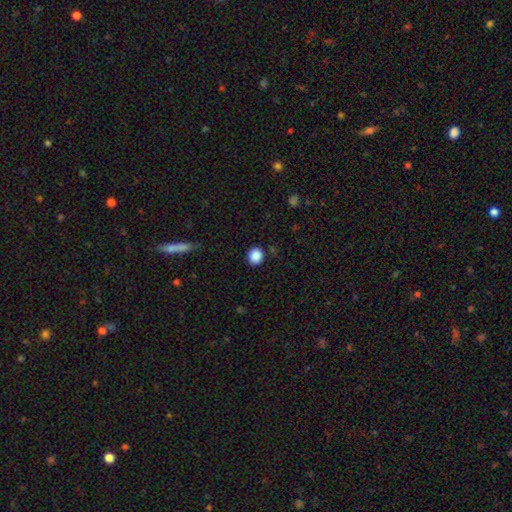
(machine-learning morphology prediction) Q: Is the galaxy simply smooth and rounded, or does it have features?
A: smooth — 88%.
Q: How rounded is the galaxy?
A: round — 82%.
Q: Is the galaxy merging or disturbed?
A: none — 88%.